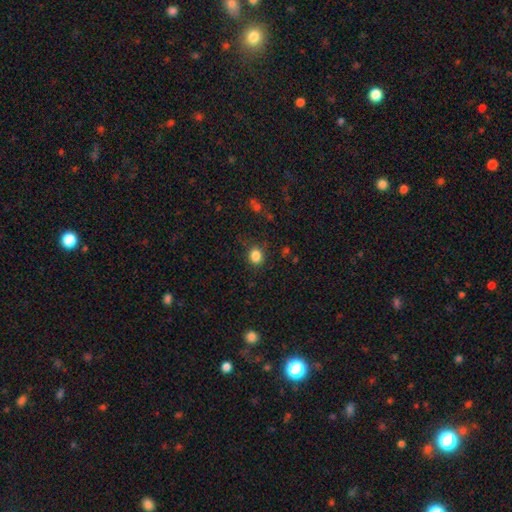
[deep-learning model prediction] Smooth or featured? smooth (84%)
How rounded? round (69%)
Merging? none (83%)